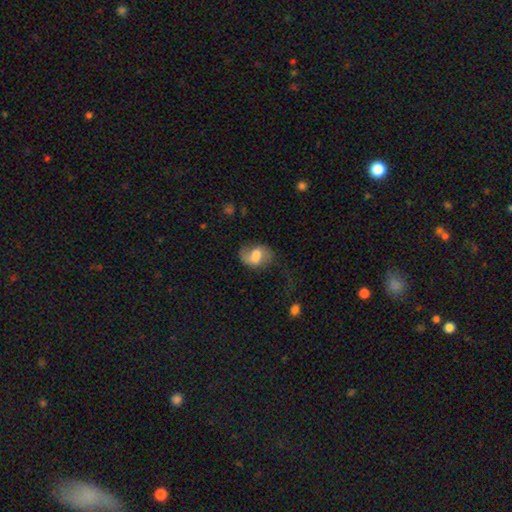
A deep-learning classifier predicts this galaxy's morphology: This appears to be a featured or disk galaxy (49%). Merging: none (53%).